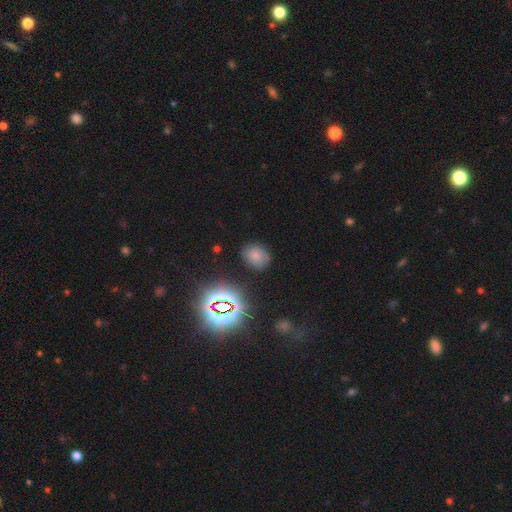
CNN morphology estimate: Q: Smooth or featured?
A: smooth (69%); runner-up: star or artifact (21%)
Q: How rounded?
A: in between (53%); runner-up: round (46%)
Q: Merging?
A: none (79%); runner-up: minor disturbance (14%)